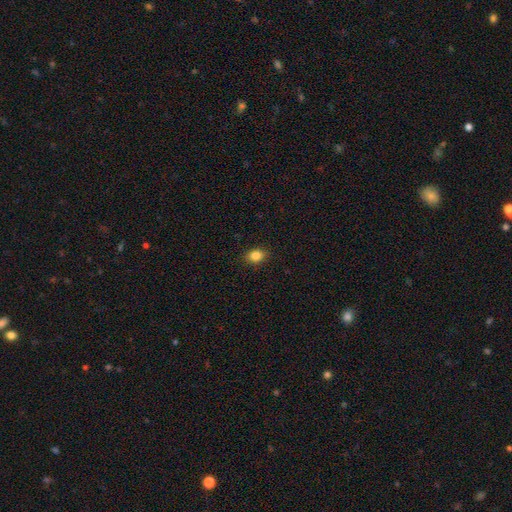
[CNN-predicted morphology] This is clearly a smooth galaxy (83%). How rounded: likely in between (68%). Merging: clearly none (89%).